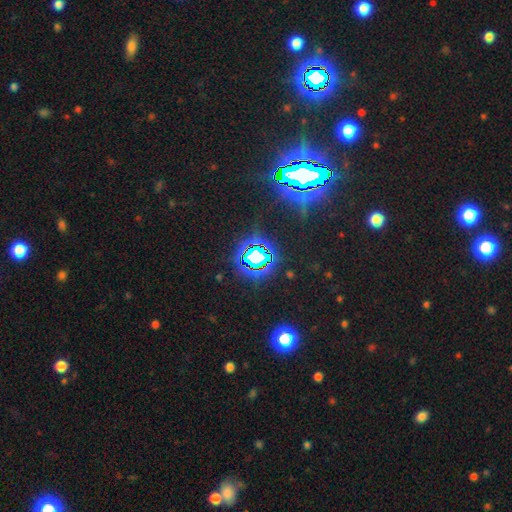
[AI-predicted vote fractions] Smooth or featured? star or artifact (79%)